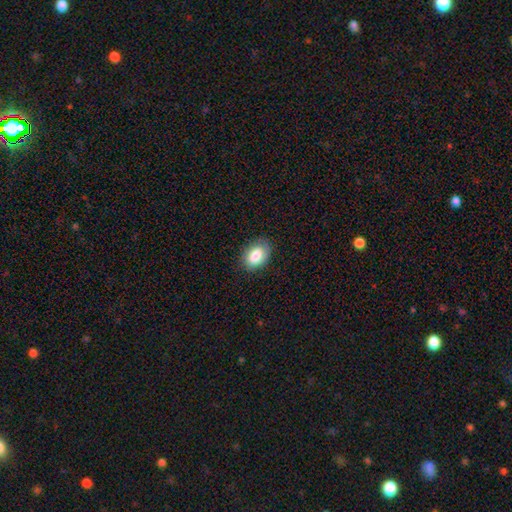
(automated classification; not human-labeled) Smooth or featured?
  - smooth: 81% *
  - featured or disk: 12%
  - star or artifact: 7%
How rounded?
  - in between: 86% *
  - round: 12%
  - cigar-shaped: 1%
Merging?
  - none: 81% *
  - minor disturbance: 14%
  - major disturbance: 3%
  - merger: 1%